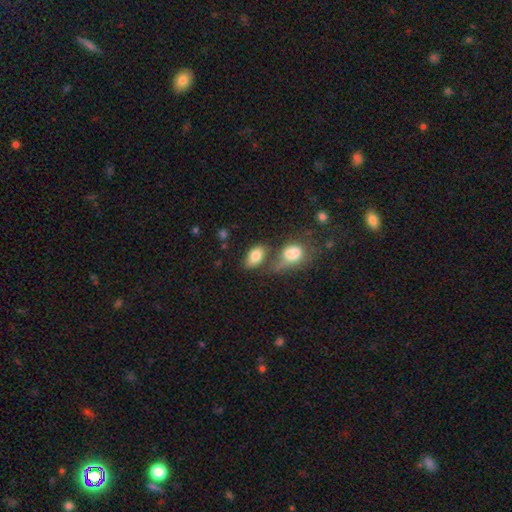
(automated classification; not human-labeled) The model was most divided on "merging": none: 40%, merger: 36%, minor disturbance: 14%, major disturbance: 9%. More confident: how rounded — in between (87%); smooth or featured — smooth (80%).